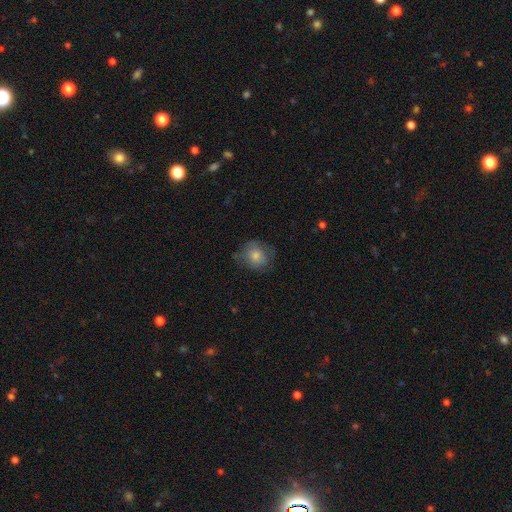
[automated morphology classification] type=smooth (76%); roundness=round (71%); merging=none (64%).